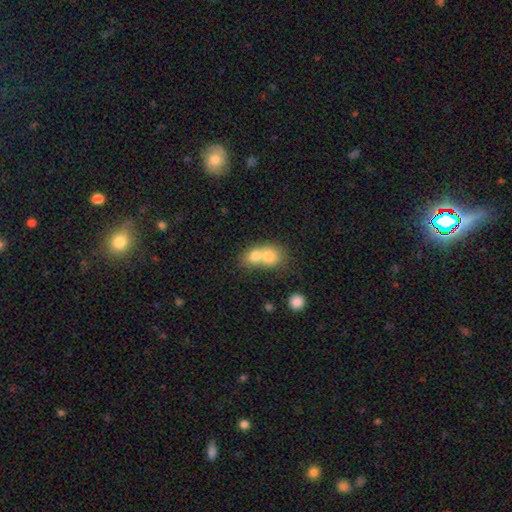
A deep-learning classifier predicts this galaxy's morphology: Overall: smooth (72%). How rounded: round (55%; in between 43%). Merging: merger (74%).